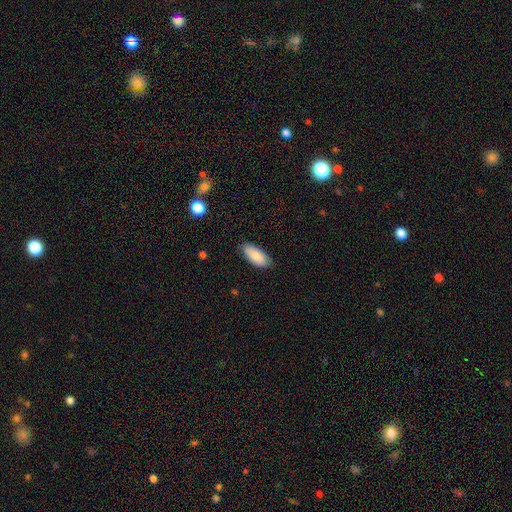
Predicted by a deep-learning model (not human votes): Smooth or featured? smooth (85%)
How rounded? in between (88%)
Merging? none (83%)